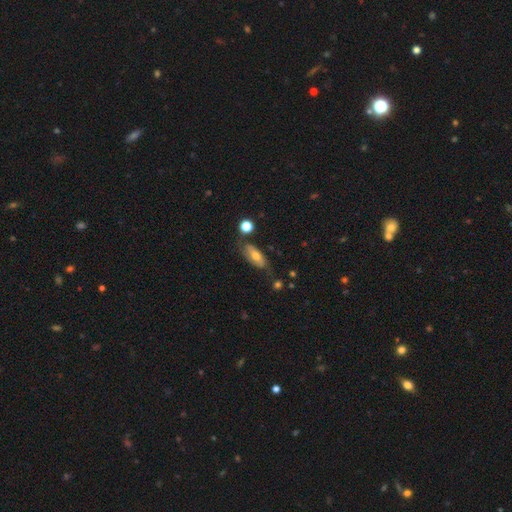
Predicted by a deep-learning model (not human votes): A smooth galaxy with no disk features (51%) that is in between round and cigar-shaped (75%). Merging: none (67%).